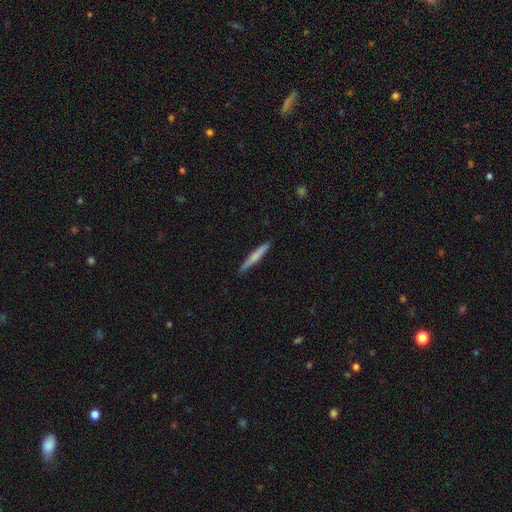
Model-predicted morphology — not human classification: Q: Smooth or featured?
A: smooth (62%); runner-up: featured or disk (33%)
Q: How rounded?
A: cigar-shaped (95%); runner-up: in between (3%)
Q: Merging?
A: none (89%); runner-up: minor disturbance (8%)